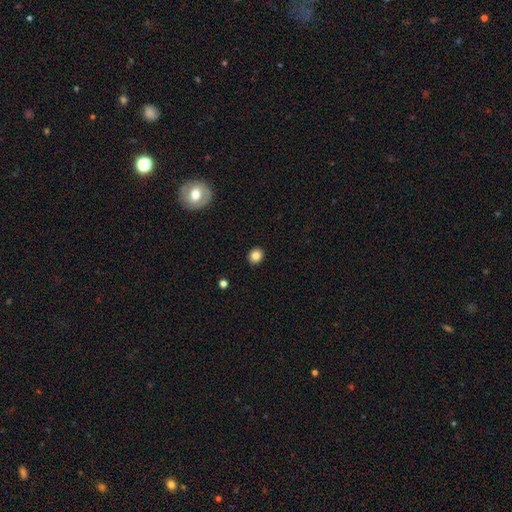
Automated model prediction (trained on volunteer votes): Smooth or featured?
  - smooth: 84% *
  - star or artifact: 10%
  - featured or disk: 6%
How rounded?
  - round: 65% *
  - in between: 34%
  - cigar-shaped: 1%
Merging?
  - none: 91% *
  - minor disturbance: 6%
  - major disturbance: 2%
  - merger: 1%